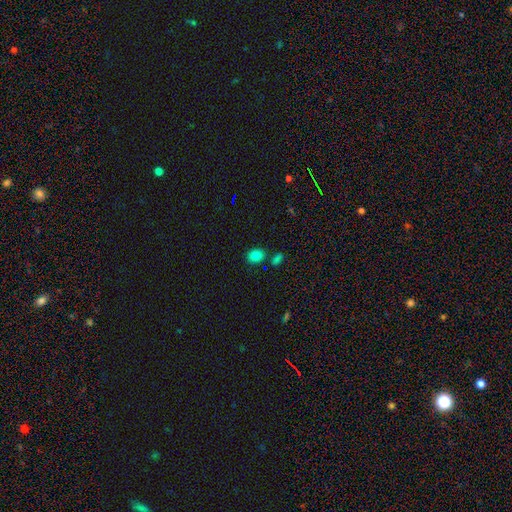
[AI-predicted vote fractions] Smooth or featured? smooth (82%)
How rounded? round (53%)
Merging? none (78%)